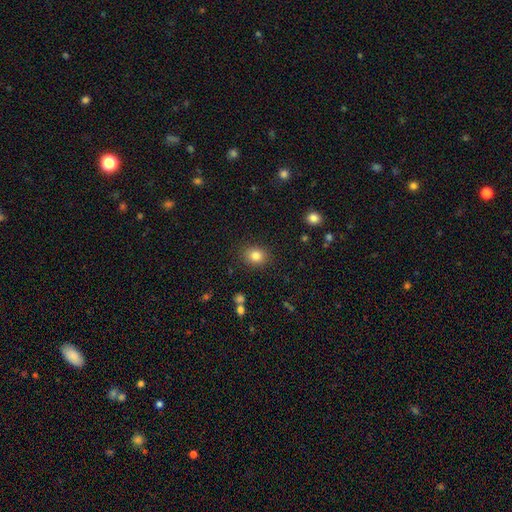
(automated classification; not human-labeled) Morphology: type=smooth (83%); roundness=round (63%); merging=none (87%).